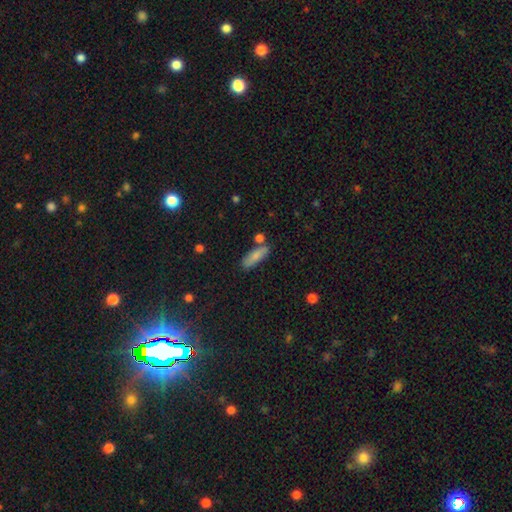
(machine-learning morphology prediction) Smooth or featured? Predicted: smooth (p=0.79). How rounded? Predicted: in between (p=0.52). Merging? Predicted: none (p=0.73).